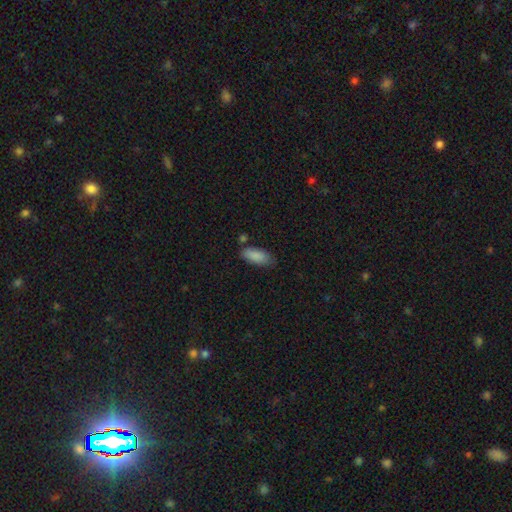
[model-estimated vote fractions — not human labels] smooth_or_featured: smooth (p=0.88) [alt: star or artifact p=0.07]
how_rounded: in between (p=0.86) [alt: cigar-shaped p=0.13]
merging: none (p=0.72) [alt: minor disturbance p=0.19]